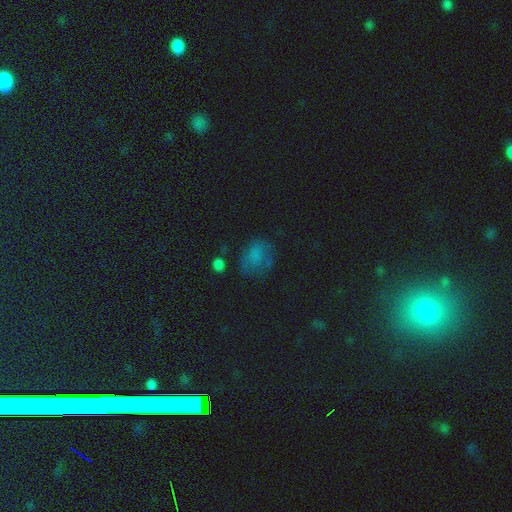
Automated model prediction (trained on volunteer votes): Smooth or featured: smooth — 59% (star or artifact — 26%)
How rounded: in between — 52% (round — 47%)
Merging: none — 54% (minor disturbance — 25%)